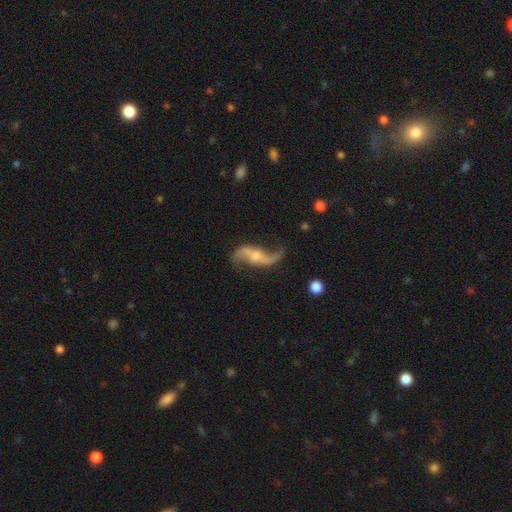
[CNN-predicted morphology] A featured or disk galaxy (88%) with no bar (40%), 2 (93%) loose (90%) spiral arms (96%) and a moderate central bulge (42%). Merging: none (71%).